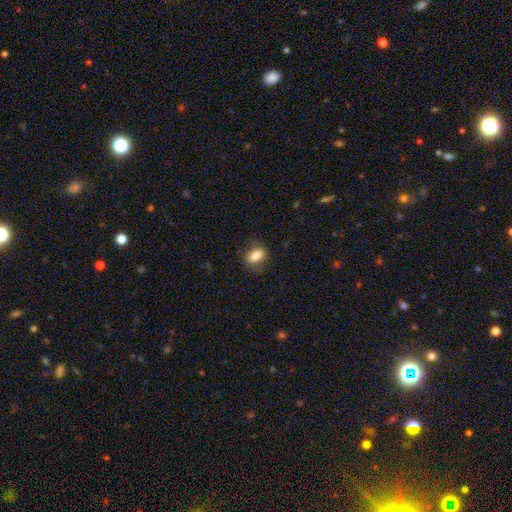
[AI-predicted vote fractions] The model was most divided on "how rounded": in between: 66%, round: 33%, cigar-shaped: 2%. More confident: smooth or featured — smooth (81%); merging — none (80%).